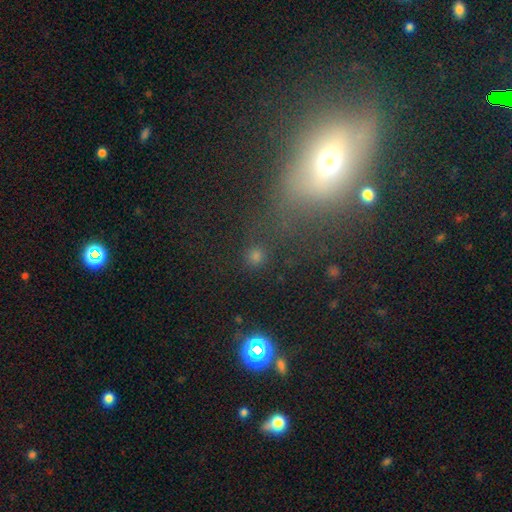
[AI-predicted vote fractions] Smooth or featured?
  - smooth: 51% *
  - star or artifact: 33%
  - featured or disk: 16%
How rounded?
  - round: 63% *
  - in between: 32%
  - cigar-shaped: 5%
Merging?
  - none: 68% *
  - minor disturbance: 14%
  - major disturbance: 11%
  - merger: 7%